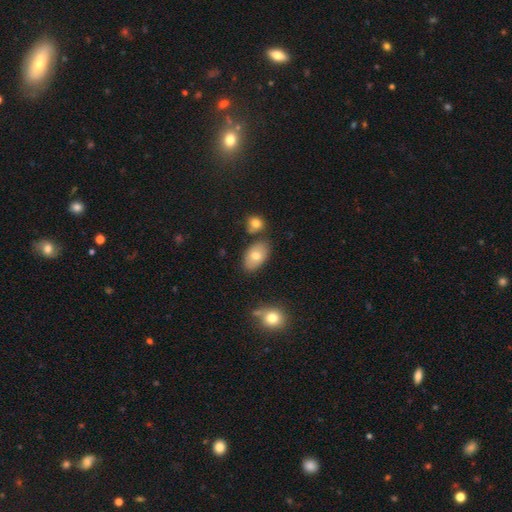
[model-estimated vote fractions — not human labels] Smooth or featured: smooth — 73% (featured or disk — 18%)
How rounded: in between — 90% (round — 8%)
Merging: none — 73% (minor disturbance — 14%)